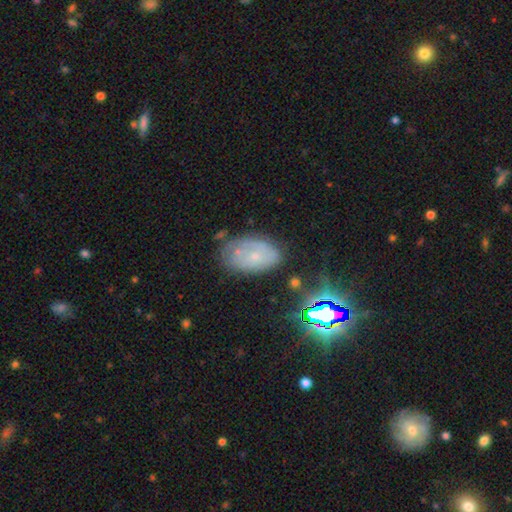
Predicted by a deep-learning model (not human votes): Smooth or featured?
  - smooth: 43% *
  - featured or disk: 41%
  - star or artifact: 16%
Merging?
  - none: 58% *
  - minor disturbance: 27%
  - major disturbance: 10%
  - merger: 4%